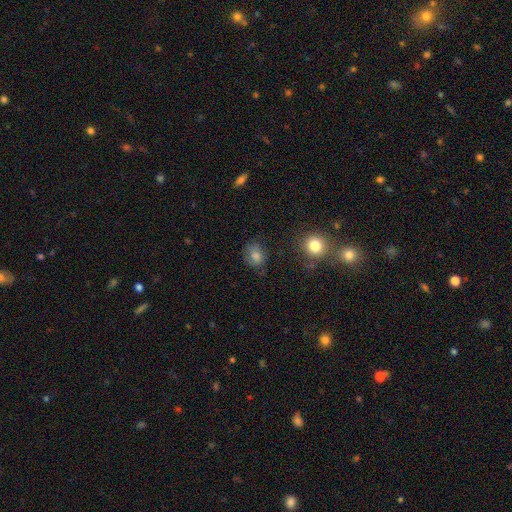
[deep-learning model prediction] The model was most divided on "how rounded": round: 63%, in between: 36%, cigar-shaped: 1%. More confident: smooth or featured — smooth (75%); merging — none (72%).